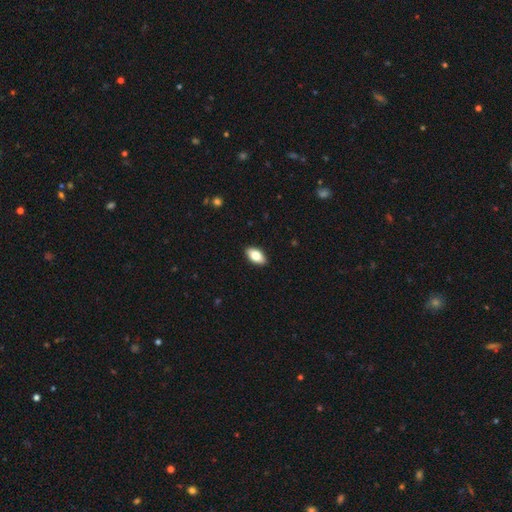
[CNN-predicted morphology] Smooth or featured?
  - smooth: 79% *
  - featured or disk: 14%
  - star or artifact: 7%
How rounded?
  - in between: 92% *
  - cigar-shaped: 4%
  - round: 4%
Merging?
  - none: 90% *
  - minor disturbance: 7%
  - major disturbance: 2%
  - merger: 1%